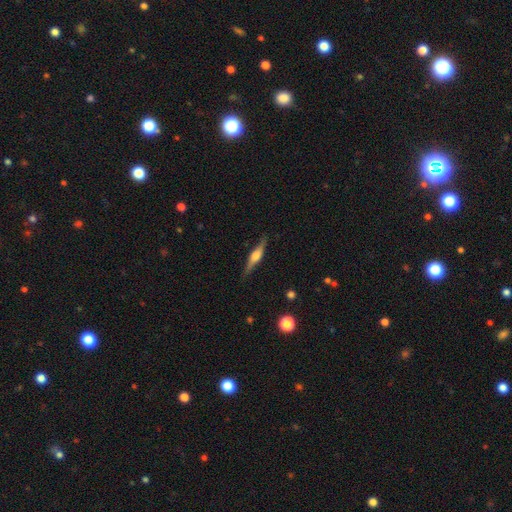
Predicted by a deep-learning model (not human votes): Smooth or featured: featured or disk — 68% (smooth — 26%)
Edge-on disk: yes — 96% (no — 4%)
Edge-on bulge: rounded — 88% (boxy — 9%)
Merging: none — 85% (minor disturbance — 11%)